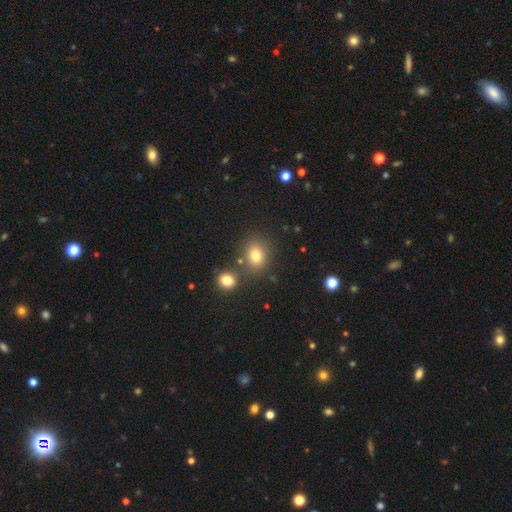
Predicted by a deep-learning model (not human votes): This appears to be a smooth galaxy with no disk features (78%) that is round (64%). Merging: none (73%).